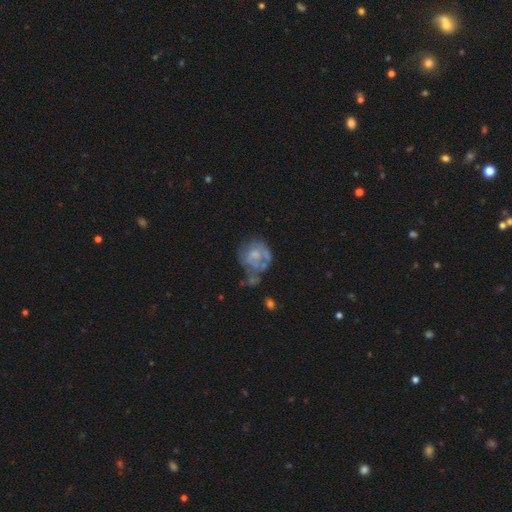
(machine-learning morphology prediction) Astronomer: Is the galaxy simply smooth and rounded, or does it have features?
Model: featured or disk — 55% (runner-up: smooth, 36%).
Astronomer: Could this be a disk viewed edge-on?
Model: no — 98%.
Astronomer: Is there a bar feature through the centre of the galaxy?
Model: no — 84%.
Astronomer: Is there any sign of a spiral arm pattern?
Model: no — 77%.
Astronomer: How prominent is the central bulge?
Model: moderate — 36% (runner-up: none, 31%).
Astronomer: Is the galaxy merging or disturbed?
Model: none — 33% (runner-up: major disturbance, 29%).